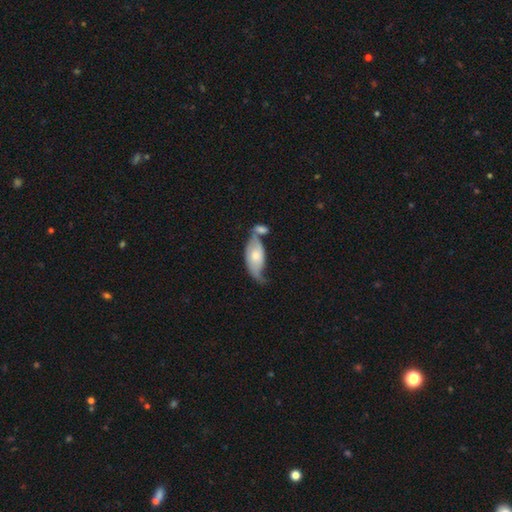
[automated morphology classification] A smooth galaxy with no disk features (49%). Merging: merger (34%).